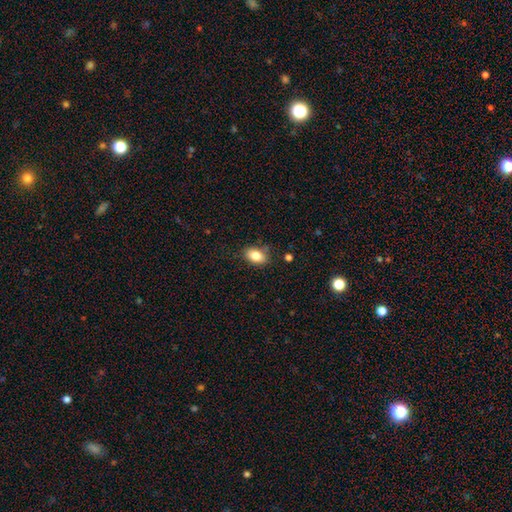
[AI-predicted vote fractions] Smooth or featured? smooth (83%)
How rounded? in between (85%)
Merging? none (81%)